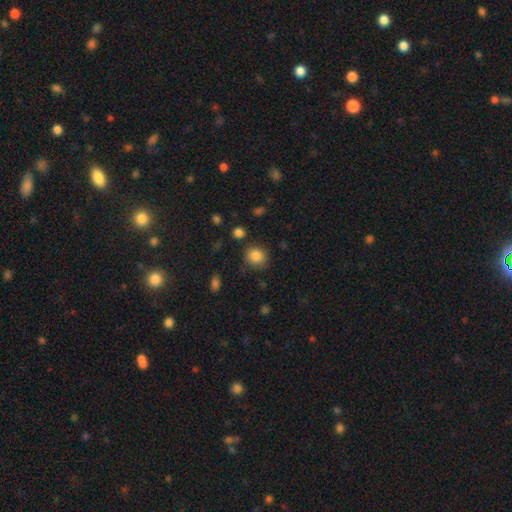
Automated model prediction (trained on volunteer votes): Smooth or featured?
  - smooth: 85% *
  - star or artifact: 10%
  - featured or disk: 5%
How rounded?
  - round: 78% *
  - in between: 21%
  - cigar-shaped: 1%
Merging?
  - none: 81% *
  - minor disturbance: 12%
  - major disturbance: 4%
  - merger: 3%